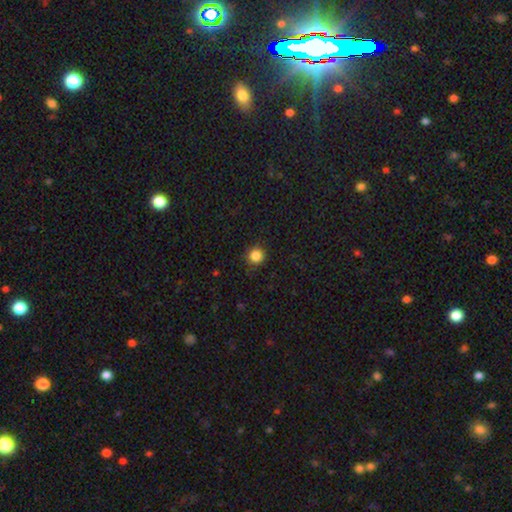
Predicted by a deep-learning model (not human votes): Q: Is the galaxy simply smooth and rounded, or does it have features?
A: smooth — 85%.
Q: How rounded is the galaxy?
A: round — 93%.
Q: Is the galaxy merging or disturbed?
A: none — 87%.